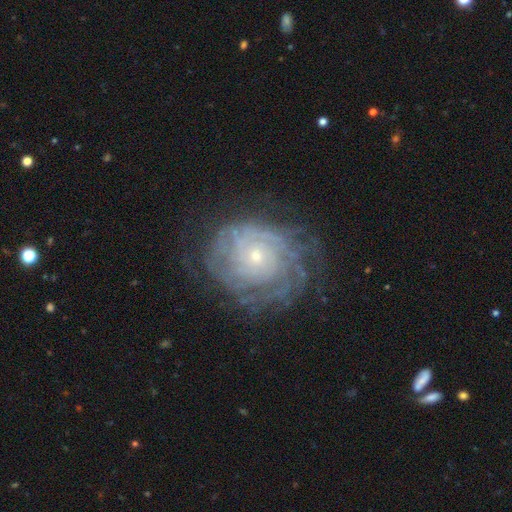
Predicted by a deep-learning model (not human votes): Smooth or featured?
  - featured or disk: 82% *
  - smooth: 10%
  - star or artifact: 7%
Edge-on disk?
  - no: 97% *
  - yes: 3%
Bar?
  - no: 83% *
  - weak: 13%
  - strong: 3%
Spiral arms?
  - yes: 92% *
  - no: 8%
Spiral winding?
  - tight: 80% *
  - medium: 15%
  - loose: 4%
Spiral arm count?
  - can't tell: 46% *
  - more than 4: 16%
  - 4: 14%
  - 3: 9%
  - 2: 9%
  - 1: 6%
Bulge size?
  - small: 78% *
  - moderate: 18%
  - large: 2%
  - none: 1%
  - dominant: 1%
Merging?
  - none: 69% *
  - minor disturbance: 18%
  - major disturbance: 11%
  - merger: 1%